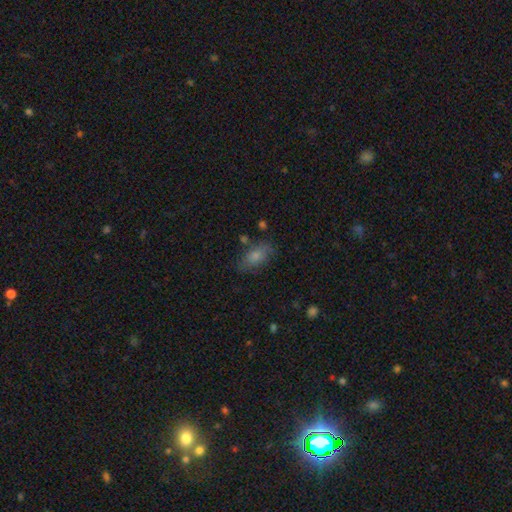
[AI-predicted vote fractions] smooth 77%, featured or disk 15%, star or artifact 8%. Down the decision tree: how rounded — in between (88%); merging — none (67%).